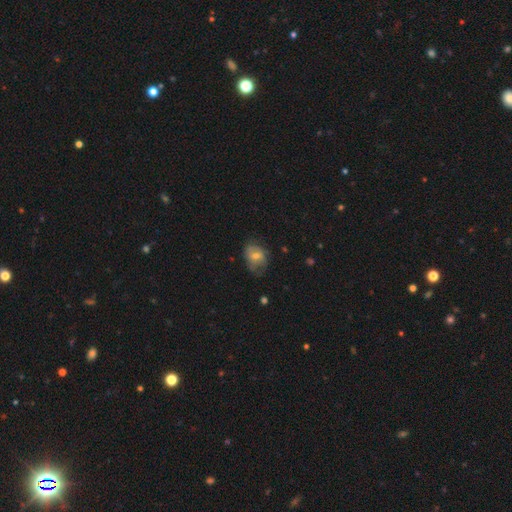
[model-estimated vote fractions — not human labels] Morphology: type=smooth (51%); roundness=in between (61%); merging=none (55%).